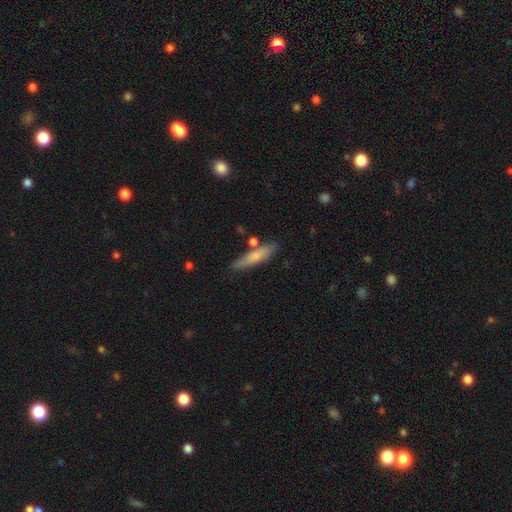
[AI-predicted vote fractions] The model was most divided on "smooth or featured": smooth: 66%, featured or disk: 28%, star or artifact: 6%. More confident: how rounded — cigar-shaped (81%); merging — none (76%).